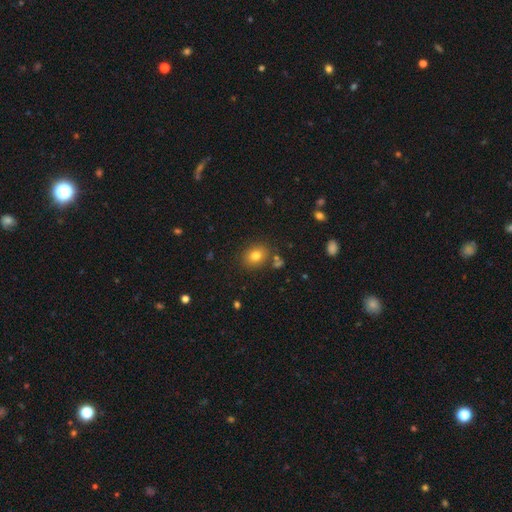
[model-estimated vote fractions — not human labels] This is likely a smooth galaxy (78%). How rounded: possibly round (52%). Merging: clearly none (81%).